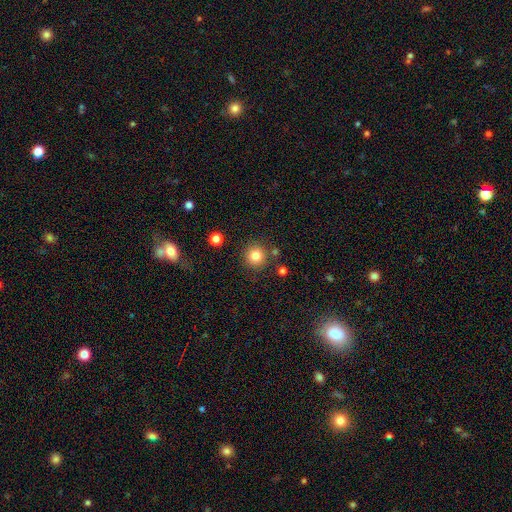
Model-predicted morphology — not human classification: This is clearly a smooth galaxy (83%). How rounded: clearly round (94%). Merging: clearly none (84%).